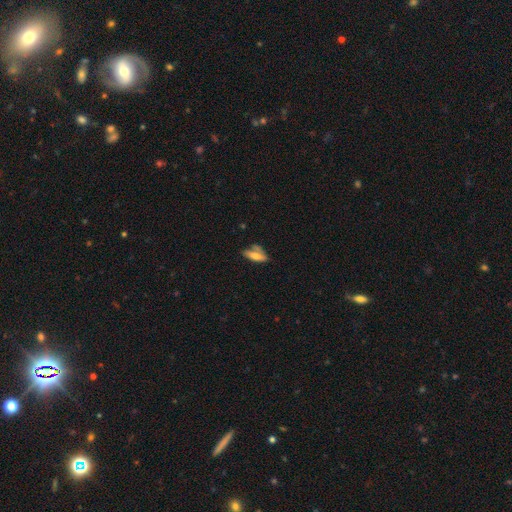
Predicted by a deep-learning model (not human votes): smooth 66%, featured or disk 26%, star or artifact 8%. Down the decision tree: how rounded — in between (63%); merging — none (48%).